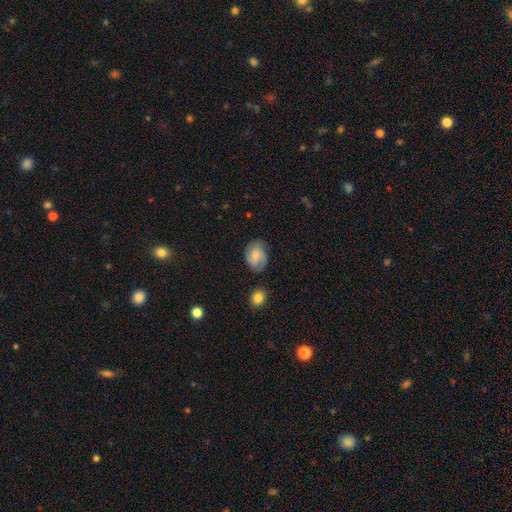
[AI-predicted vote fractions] A smooth galaxy with no disk features (62%) that is in between round and cigar-shaped (64%).

Vote fractions:
- Smooth or featured? smooth: 62% / featured or disk: 30% / star or artifact: 8%
- How rounded? in between: 64% / round: 35% / cigar-shaped: 1%
- Merging? none: 67% / minor disturbance: 23% / major disturbance: 7% / merger: 3%